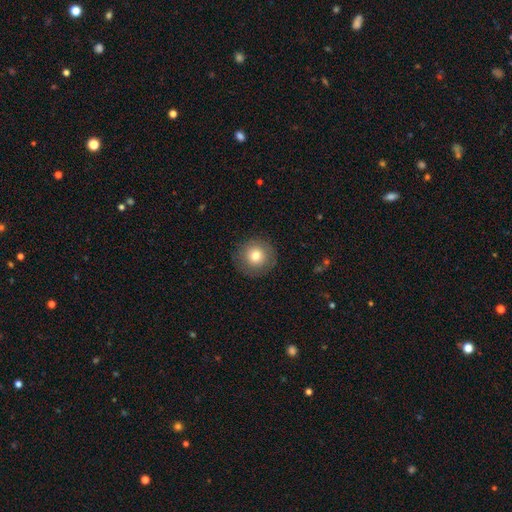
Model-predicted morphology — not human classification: Smooth or featured: smooth — 75% (featured or disk — 15%)
How rounded: round — 95% (in between — 4%)
Merging: none — 87% (minor disturbance — 9%)